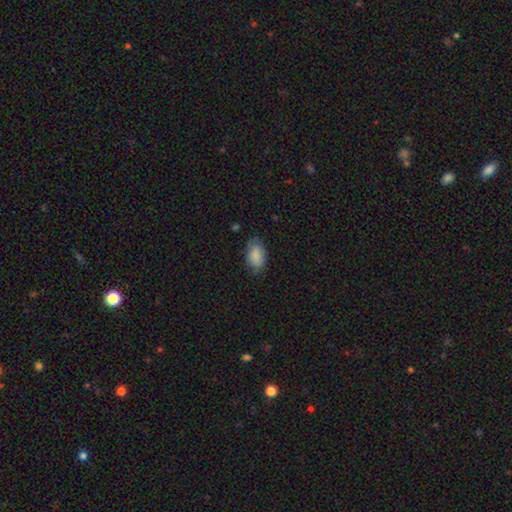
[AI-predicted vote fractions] Smooth or featured? Predicted: smooth (p=0.84). How rounded? Predicted: in between (p=0.92). Merging? Predicted: none (p=0.71).